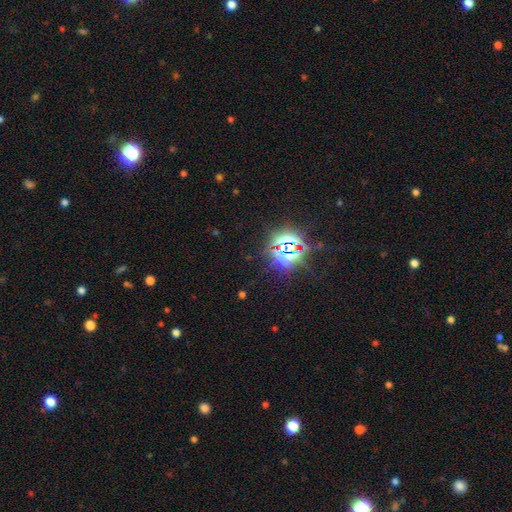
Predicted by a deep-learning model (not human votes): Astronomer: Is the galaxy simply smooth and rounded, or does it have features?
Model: star or artifact — 84%.